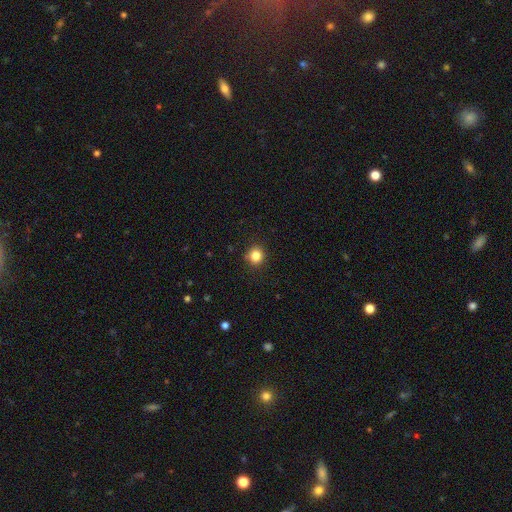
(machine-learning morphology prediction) Smooth or featured?
  - smooth: 84% *
  - star or artifact: 11%
  - featured or disk: 5%
How rounded?
  - round: 90% *
  - in between: 9%
  - cigar-shaped: 1%
Merging?
  - none: 90% *
  - minor disturbance: 7%
  - major disturbance: 2%
  - merger: 1%